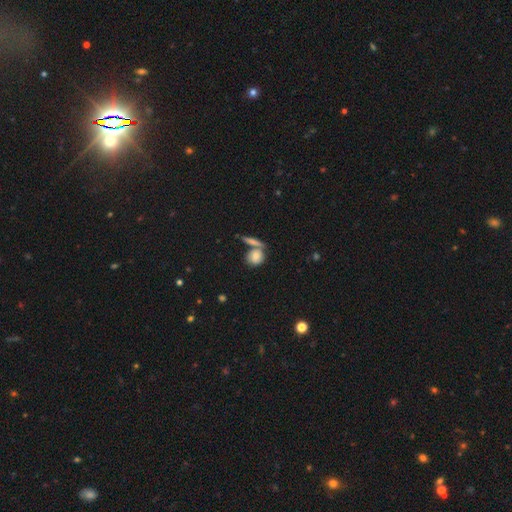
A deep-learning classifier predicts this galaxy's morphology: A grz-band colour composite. It shows a smooth galaxy with no disk features (72%) that is round (64%). Merging: none (54%).